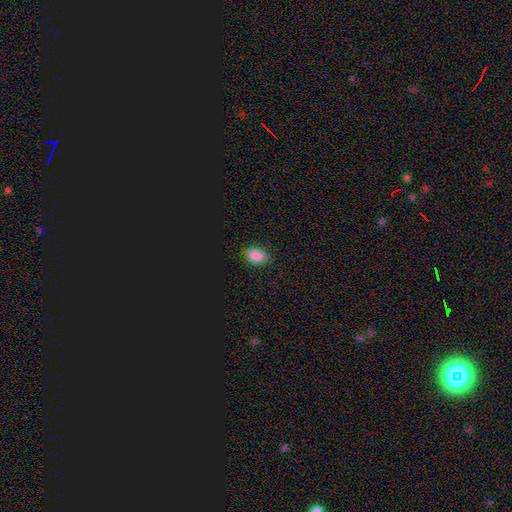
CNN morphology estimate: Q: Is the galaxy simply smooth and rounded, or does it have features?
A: smooth — 83%.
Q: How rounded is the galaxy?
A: in between — 87%.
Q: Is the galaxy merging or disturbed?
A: none — 82%.